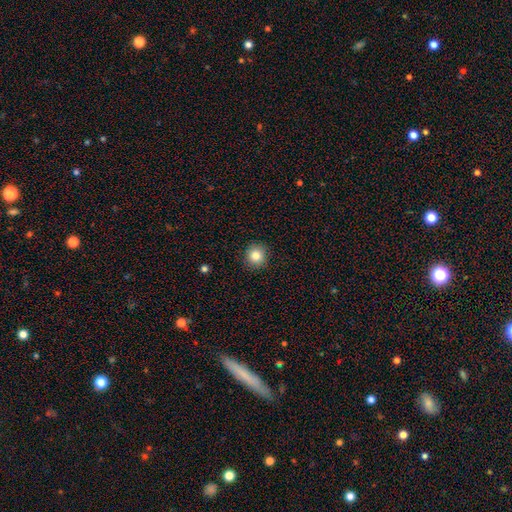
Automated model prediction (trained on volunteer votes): This appears to be a smooth galaxy with no disk features (83%) that is round (93%). Merging: none (91%).